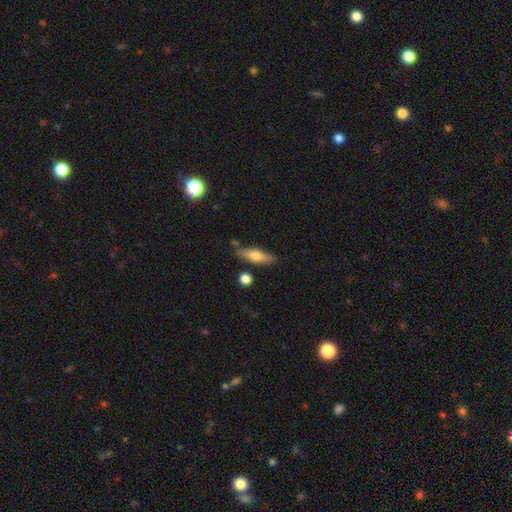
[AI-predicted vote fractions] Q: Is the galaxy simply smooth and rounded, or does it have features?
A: smooth — 54%.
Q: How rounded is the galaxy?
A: cigar-shaped — 60%.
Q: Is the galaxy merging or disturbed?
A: none — 80%.